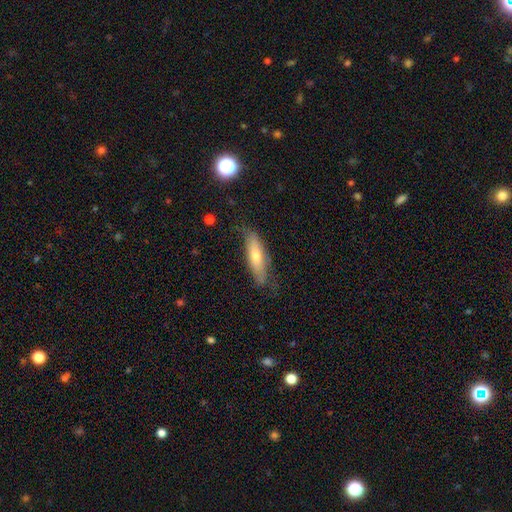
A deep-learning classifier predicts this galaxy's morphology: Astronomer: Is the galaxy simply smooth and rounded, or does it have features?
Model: smooth — 55% (runner-up: featured or disk, 37%).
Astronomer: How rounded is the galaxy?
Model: cigar-shaped — 58% (runner-up: in between, 39%).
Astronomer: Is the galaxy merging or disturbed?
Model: none — 69%.